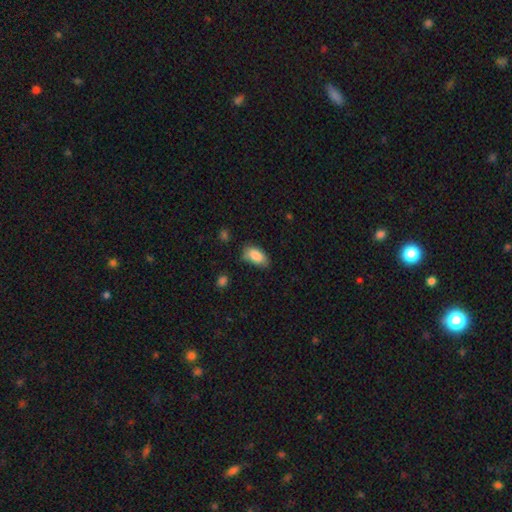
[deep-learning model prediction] Smooth or featured?
  - smooth: 87% *
  - star or artifact: 7%
  - featured or disk: 6%
How rounded?
  - in between: 93% *
  - round: 4%
  - cigar-shaped: 3%
Merging?
  - none: 65% *
  - minor disturbance: 27%
  - major disturbance: 6%
  - merger: 3%